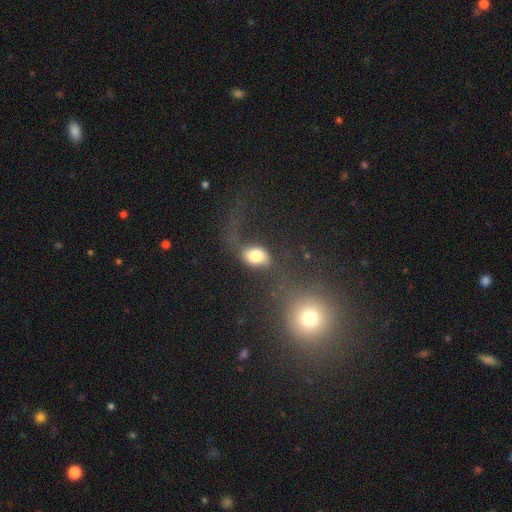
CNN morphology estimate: Q: Smooth or featured?
A: smooth (56%); runner-up: featured or disk (34%)
Q: How rounded?
A: in between (70%); runner-up: round (28%)
Q: Merging?
A: none (37%); runner-up: major disturbance (34%)